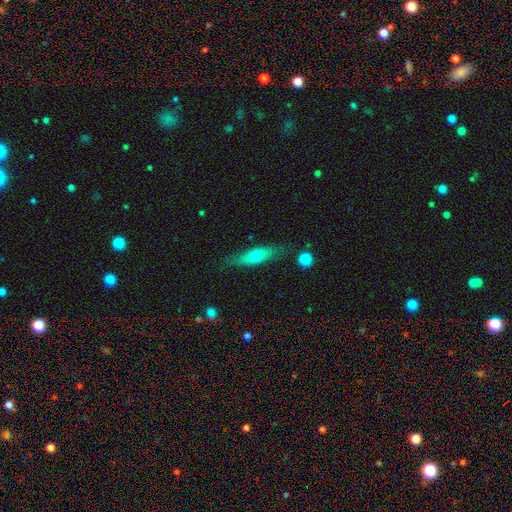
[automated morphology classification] Overall: smooth (56%; featured or disk 37%). How rounded: cigar-shaped (60%; in between 37%). Merging: none (78%).